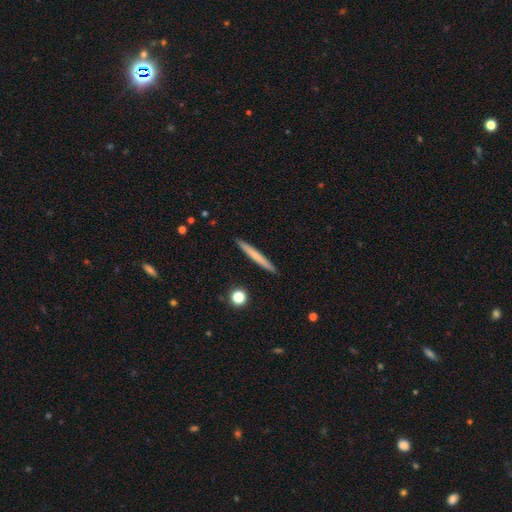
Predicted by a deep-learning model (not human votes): Smooth or featured?
  - smooth: 64% *
  - featured or disk: 30%
  - star or artifact: 6%
How rounded?
  - cigar-shaped: 97% *
  - in between: 2%
  - round: 1%
Merging?
  - none: 92% *
  - minor disturbance: 6%
  - major disturbance: 1%
  - merger: 1%